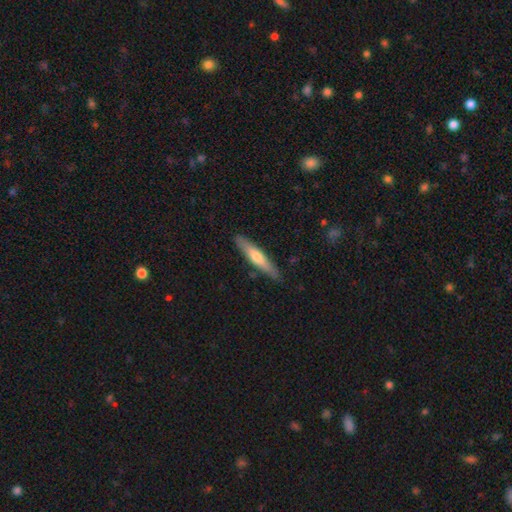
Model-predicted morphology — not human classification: This is possibly a smooth galaxy (48%). Merging: clearly none (88%).